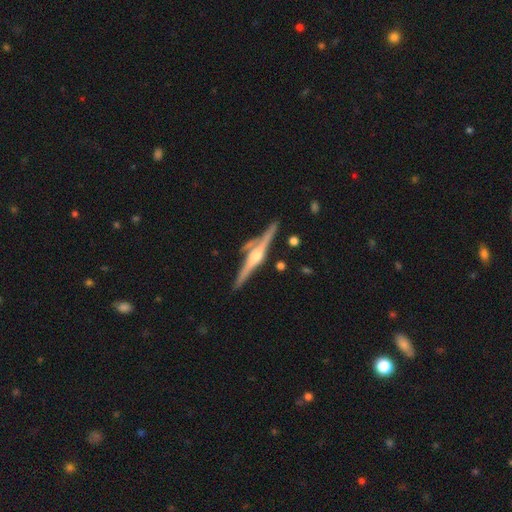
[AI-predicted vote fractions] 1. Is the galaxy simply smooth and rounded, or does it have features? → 81% featured or disk, 13% smooth, 6% star or artifact.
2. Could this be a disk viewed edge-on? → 97% yes, 3% no.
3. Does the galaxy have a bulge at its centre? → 79% rounded, 14% boxy, 7% none.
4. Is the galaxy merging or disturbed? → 74% none, 13% minor disturbance, 9% merger, 4% major disturbance.